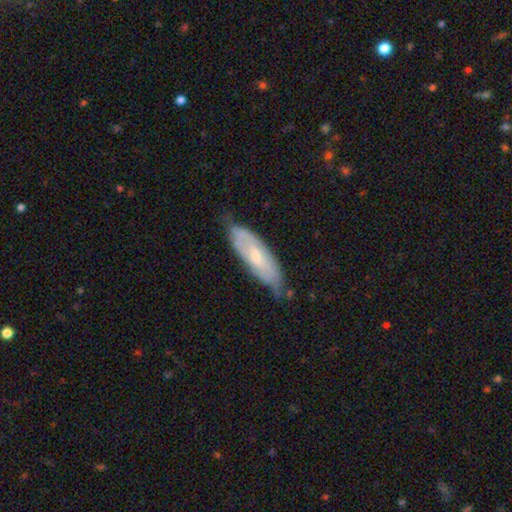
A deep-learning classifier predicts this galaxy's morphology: Q: Smooth or featured?
A: featured or disk (47%); runner-up: smooth (46%)
Q: Merging?
A: none (59%); runner-up: minor disturbance (32%)